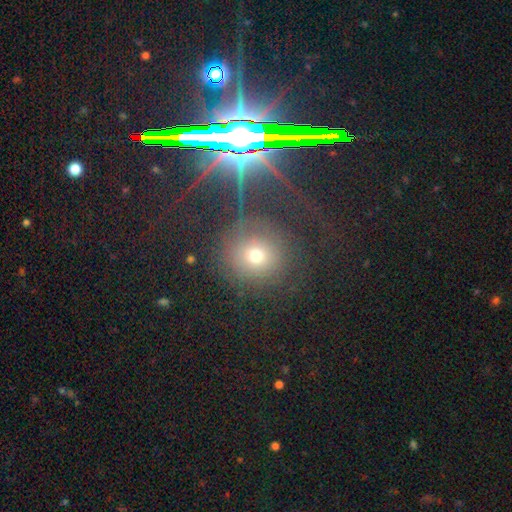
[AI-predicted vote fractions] A smooth galaxy with no disk features (63%) that is round (90%).

Vote fractions:
- Smooth or featured? smooth: 63% / star or artifact: 20% / featured or disk: 17%
- How rounded? round: 90% / in between: 9% / cigar-shaped: 1%
- Merging? none: 66% / major disturbance: 14% / minor disturbance: 12% / merger: 9%